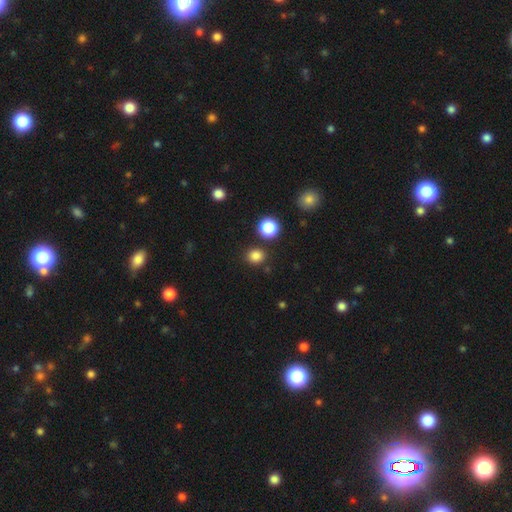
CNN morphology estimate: smooth-or-featured: smooth: 82% | star or artifact: 14% | featured or disk: 4%
  how-rounded: round: 82% | in between: 17% | cigar-shaped: 1%
  merging: none: 85% | minor disturbance: 7% | merger: 5% | major disturbance: 3%